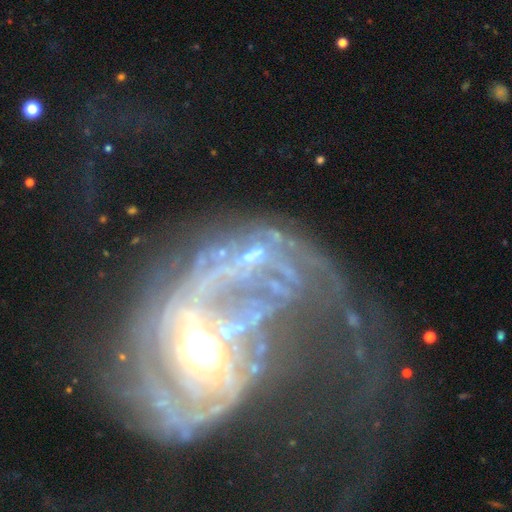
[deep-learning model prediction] This appears to be a featured or disk galaxy (71%) with no bar (58%), spiral arms (60%) and a small central bulge (33%). Merging: major disturbance (36%).